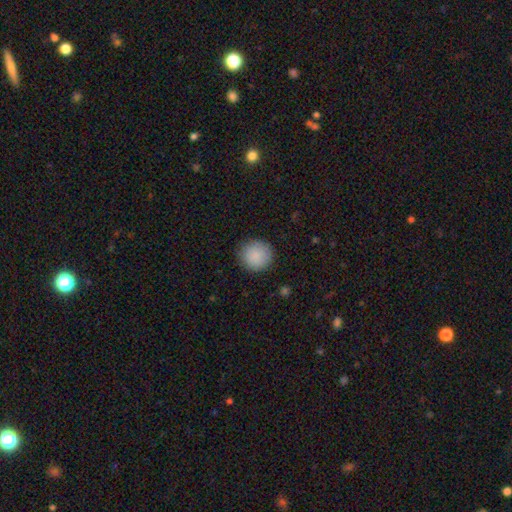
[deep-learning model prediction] A smooth galaxy with no disk features (88%) that is round (93%).

Vote fractions:
- Smooth or featured? smooth: 88% / star or artifact: 7% / featured or disk: 5%
- How rounded? round: 93% / in between: 6% / cigar-shaped: 1%
- Merging? none: 87% / minor disturbance: 9% / major disturbance: 3% / merger: 1%